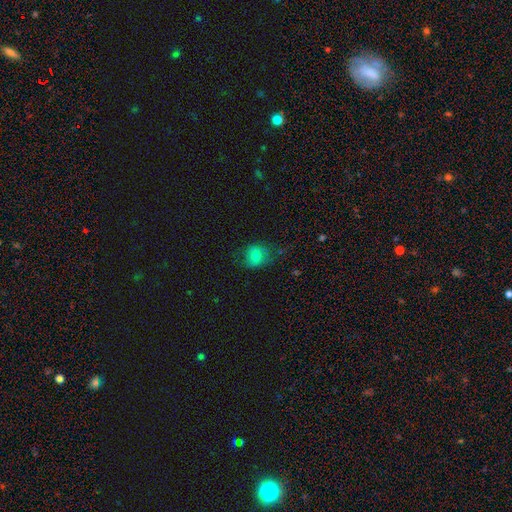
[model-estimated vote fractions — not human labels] Smooth or featured? smooth (75%)
How rounded? round (60%)
Merging? none (62%)